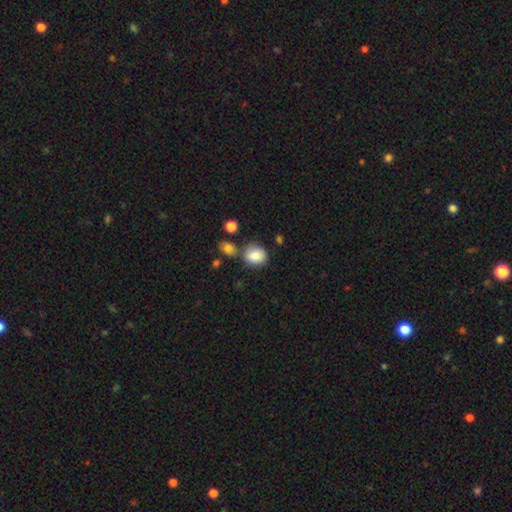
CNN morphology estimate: smooth 84%, star or artifact 9%, featured or disk 8%. Down the decision tree: how rounded — round (64%); merging — none (66%).